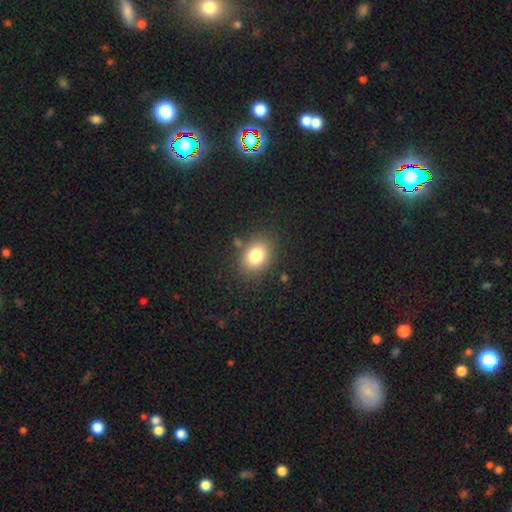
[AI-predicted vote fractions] Smooth or featured? Predicted: smooth (p=0.82). How rounded? Predicted: in between (p=0.61). Merging? Predicted: none (p=0.82).